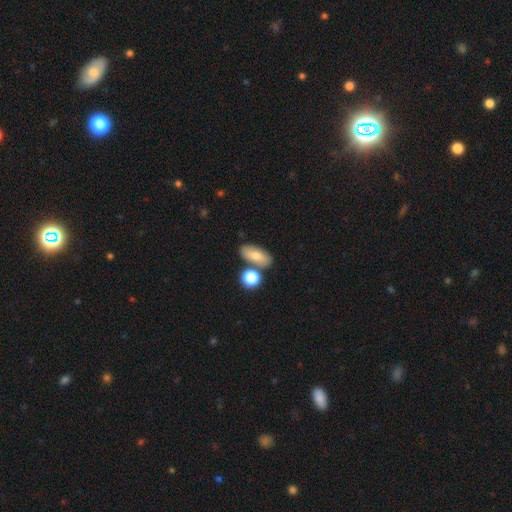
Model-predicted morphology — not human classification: smooth 74%, featured or disk 18%, star or artifact 8%. Down the decision tree: how rounded — in between (80%); merging — none (69%).